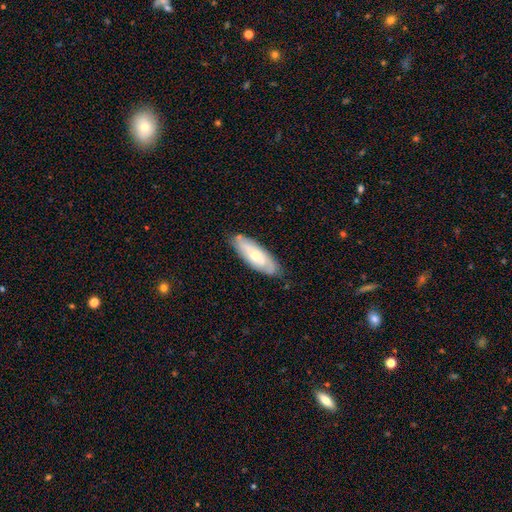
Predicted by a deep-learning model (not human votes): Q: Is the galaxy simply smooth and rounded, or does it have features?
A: featured or disk — 50%.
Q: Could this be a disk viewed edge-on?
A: no — 76%.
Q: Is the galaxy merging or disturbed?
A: none — 80%.